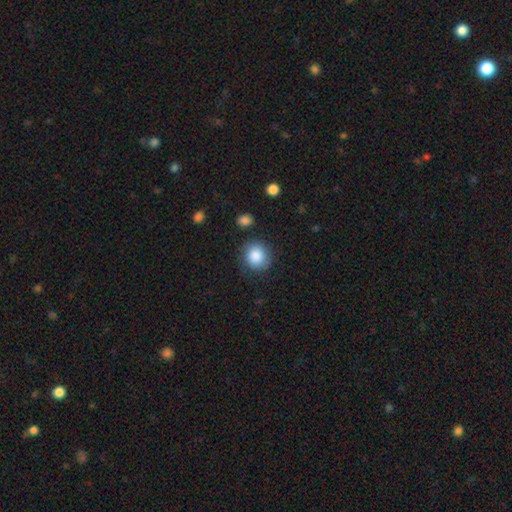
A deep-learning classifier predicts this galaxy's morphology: type=smooth (86%); roundness=round (87%); merging=none (82%).